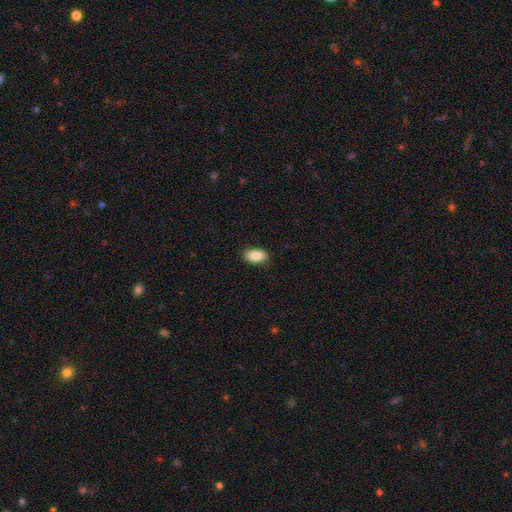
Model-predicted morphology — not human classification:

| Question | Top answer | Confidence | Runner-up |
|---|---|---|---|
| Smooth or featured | smooth | 86% | star or artifact (7%) |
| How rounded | in between | 91% | round (7%) |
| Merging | none | 88% | minor disturbance (9%) |